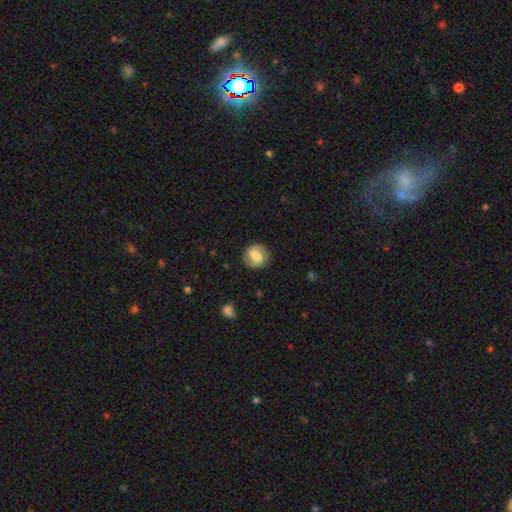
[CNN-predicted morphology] A featured or disk galaxy (46%, tied with smooth). Merging: none (81%).